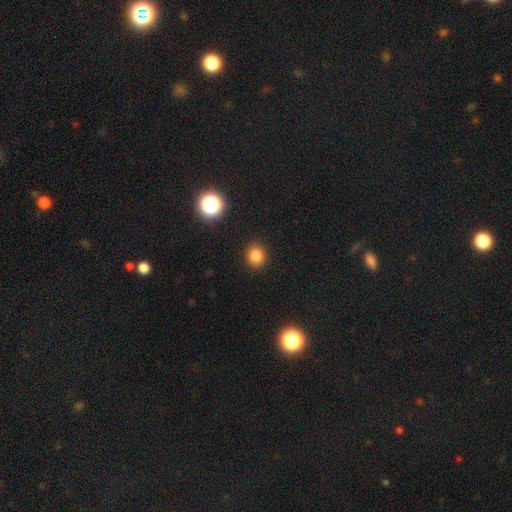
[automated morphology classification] type=smooth (82%); roundness=round (82%); merging=none (90%).